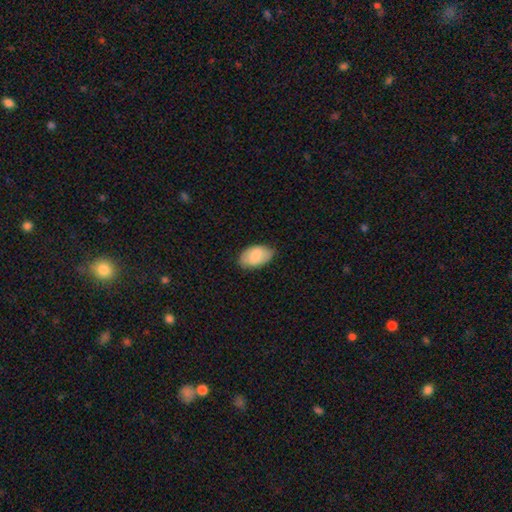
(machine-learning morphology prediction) This is likely a smooth galaxy (75%). How rounded: clearly in between (93%). Merging: likely none (78%).